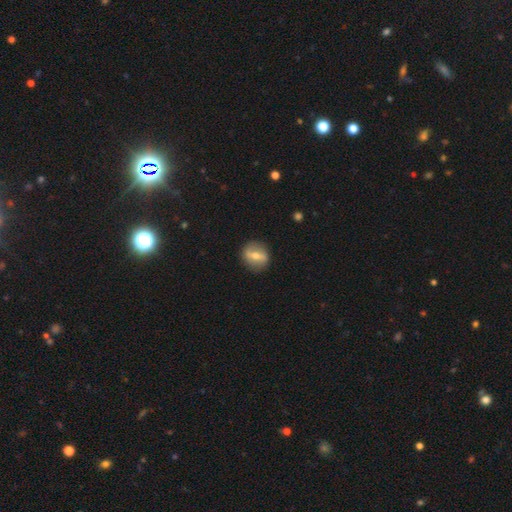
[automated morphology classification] A featured or disk galaxy (53%). Merging: none (86%).